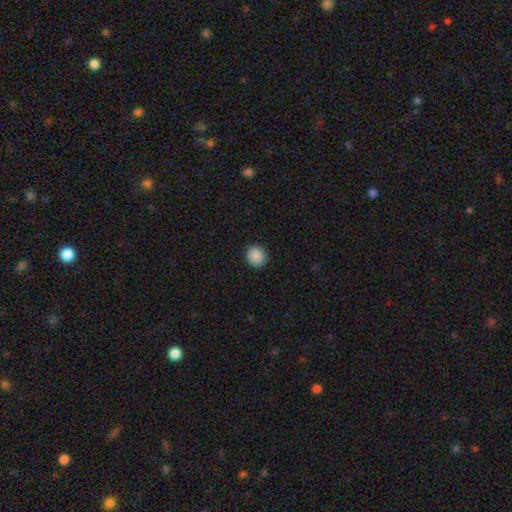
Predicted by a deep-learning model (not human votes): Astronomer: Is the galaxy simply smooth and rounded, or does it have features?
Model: smooth — 89%.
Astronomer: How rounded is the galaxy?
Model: round — 84%.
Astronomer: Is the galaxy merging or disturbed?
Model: none — 90%.